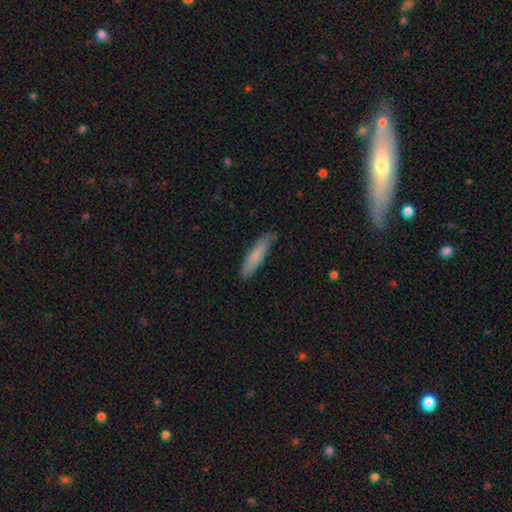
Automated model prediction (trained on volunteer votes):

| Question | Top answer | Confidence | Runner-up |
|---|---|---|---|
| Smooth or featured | smooth | 73% | featured or disk (21%) |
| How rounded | cigar-shaped | 80% | in between (19%) |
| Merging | none | 80% | minor disturbance (16%) |